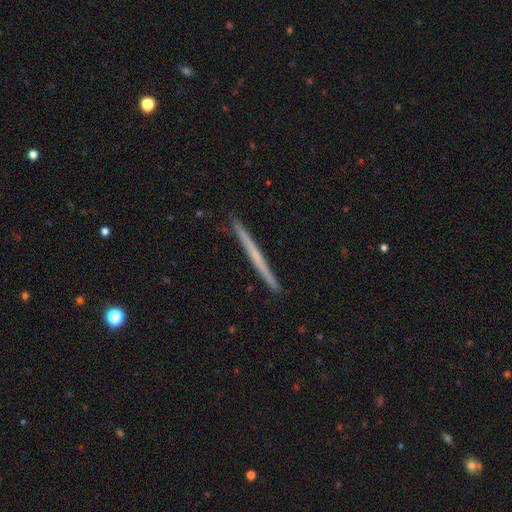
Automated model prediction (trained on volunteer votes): Smooth or featured?
  - featured or disk: 54% *
  - smooth: 40%
  - star or artifact: 6%
Edge-on disk?
  - yes: 98% *
  - no: 2%
Edge-on bulge?
  - none: 86% *
  - rounded: 11%
  - boxy: 3%
Merging?
  - none: 92% *
  - minor disturbance: 5%
  - major disturbance: 1%
  - merger: 1%